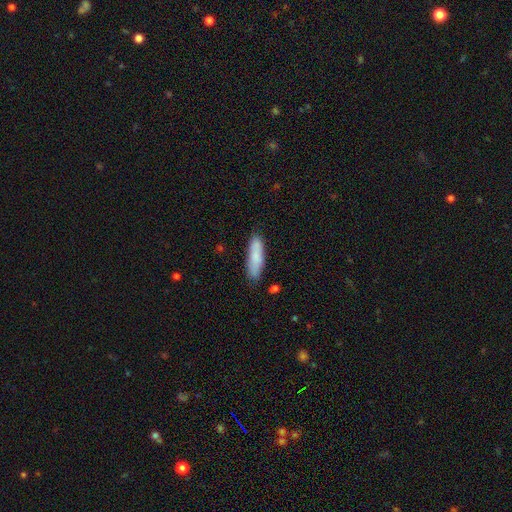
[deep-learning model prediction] Smooth or featured: smooth — 83% (featured or disk — 11%)
How rounded: cigar-shaped — 68% (in between — 31%)
Merging: none — 82% (minor disturbance — 14%)